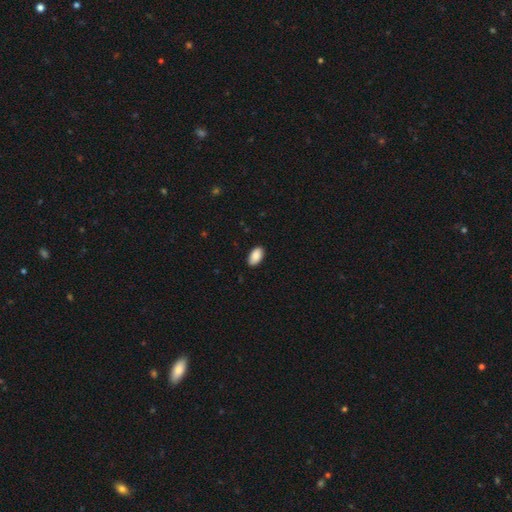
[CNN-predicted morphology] Smooth or featured? Predicted: smooth (p=0.90). How rounded? Predicted: in between (p=0.95). Merging? Predicted: none (p=0.88).